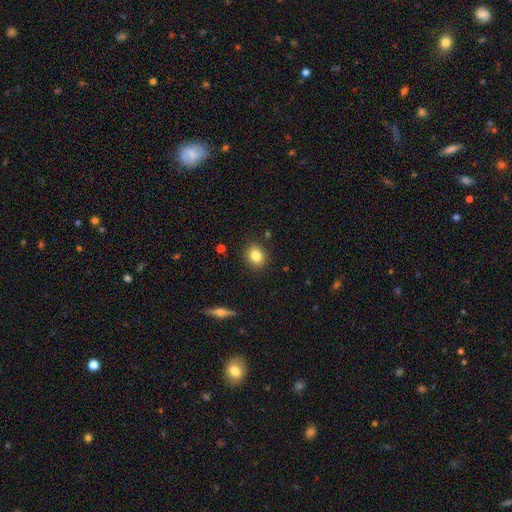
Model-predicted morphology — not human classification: This is clearly a smooth galaxy (82%). How rounded: possibly round (55%). Merging: clearly none (88%).